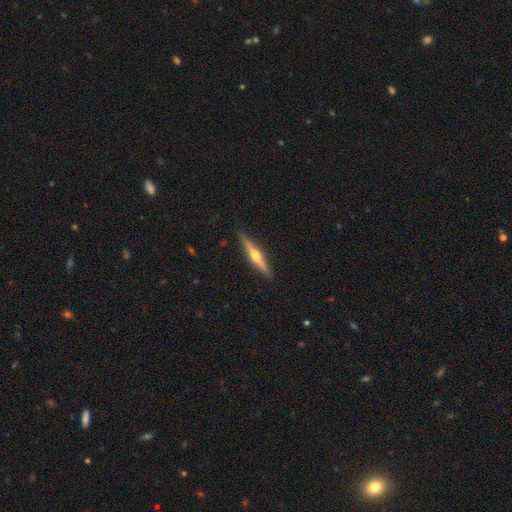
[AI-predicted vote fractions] A featured or disk galaxy (71%) viewed edge-on (97%) with a rounded central bulge (93%). Merging: none (89%).